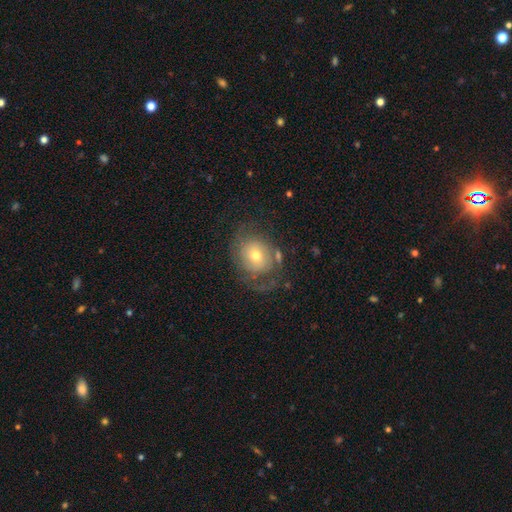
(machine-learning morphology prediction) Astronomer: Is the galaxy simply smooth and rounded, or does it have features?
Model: featured or disk — 57% (runner-up: smooth, 34%).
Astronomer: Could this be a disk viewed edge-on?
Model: no — 96%.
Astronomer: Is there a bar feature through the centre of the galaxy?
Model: no — 77%.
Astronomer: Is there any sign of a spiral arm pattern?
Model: yes — 73%.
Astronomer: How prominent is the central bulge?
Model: moderate — 59%.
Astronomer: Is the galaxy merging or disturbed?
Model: none — 54%.